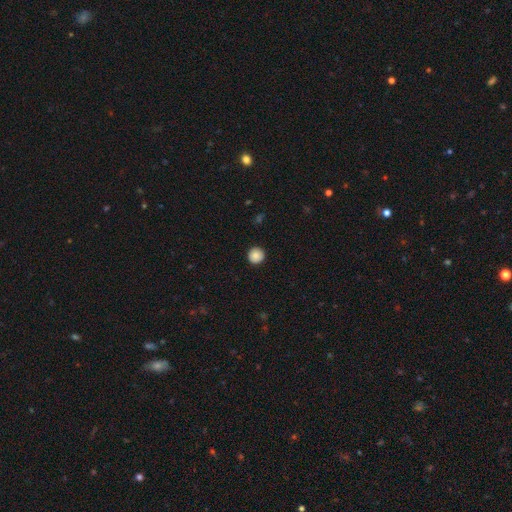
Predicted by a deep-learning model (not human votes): This appears to be a smooth galaxy with no disk features (87%) that is round (95%). Merging: none (92%).